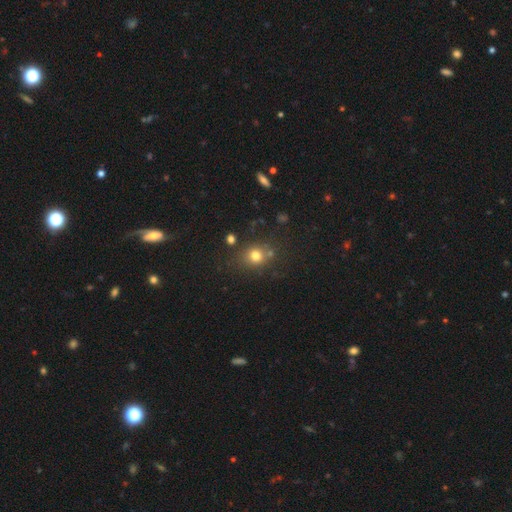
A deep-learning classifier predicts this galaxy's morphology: smooth-or-featured: smooth: 75% | star or artifact: 16% | featured or disk: 9%
  how-rounded: round: 76% | in between: 23% | cigar-shaped: 1%
  merging: none: 72% | minor disturbance: 12% | merger: 11% | major disturbance: 5%